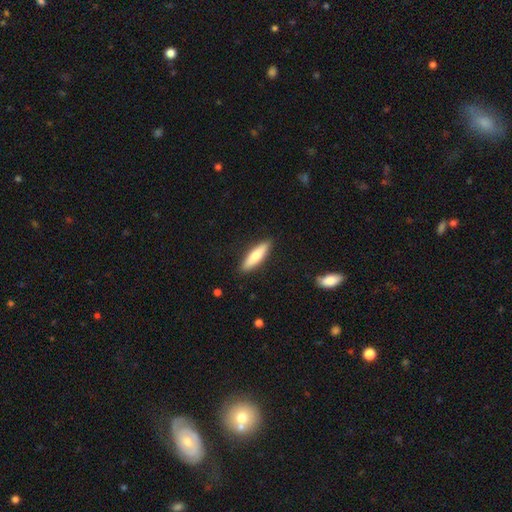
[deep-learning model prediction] This is likely a smooth galaxy (72%). How rounded: likely cigar-shaped (70%). Merging: clearly none (89%).